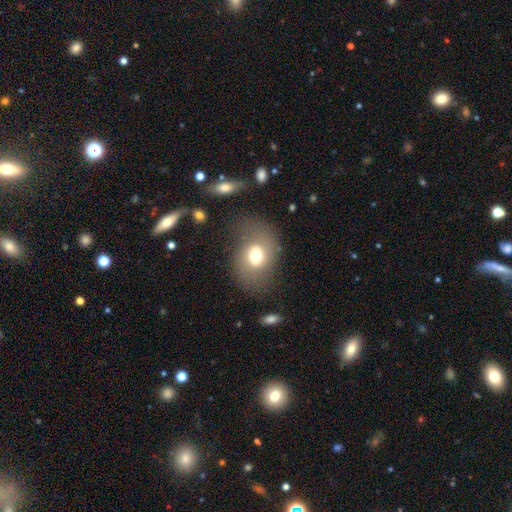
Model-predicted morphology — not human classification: Q: Smooth or featured?
A: smooth (59%); runner-up: featured or disk (31%)
Q: How rounded?
A: in between (68%); runner-up: round (31%)
Q: Merging?
A: none (64%); runner-up: minor disturbance (20%)